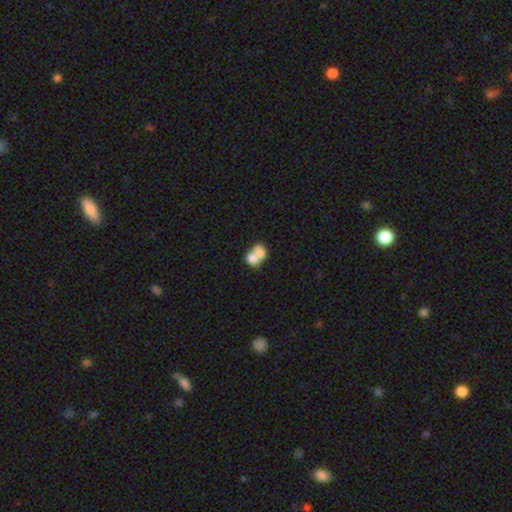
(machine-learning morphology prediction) This is likely a smooth galaxy (72%). How rounded: possibly in between (54%). Merging: likely merger (74%).